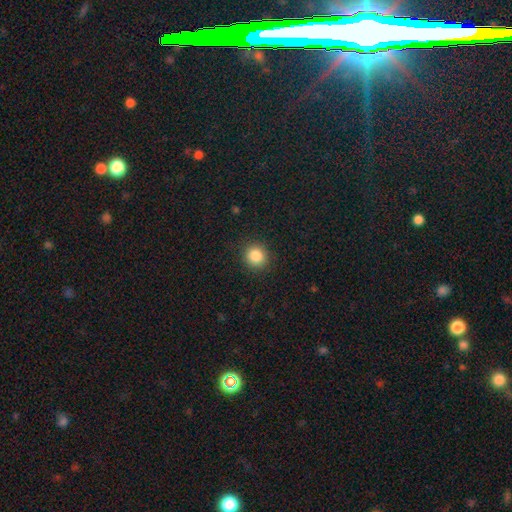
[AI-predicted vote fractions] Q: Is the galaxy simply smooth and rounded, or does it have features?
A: smooth — 86%.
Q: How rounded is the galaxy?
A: round — 90%.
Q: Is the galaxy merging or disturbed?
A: none — 91%.